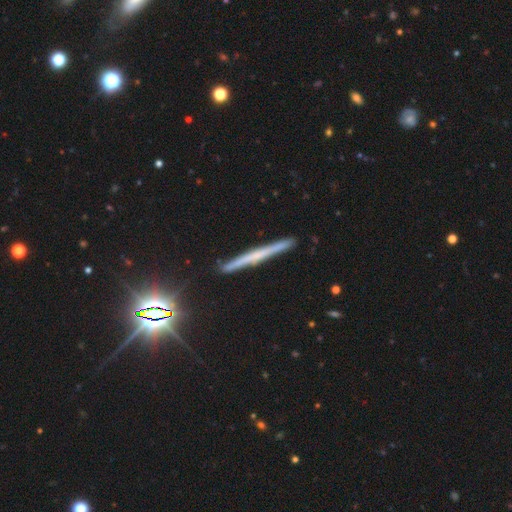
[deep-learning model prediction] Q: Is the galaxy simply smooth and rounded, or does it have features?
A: featured or disk — 55%.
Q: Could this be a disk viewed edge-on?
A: yes — 97%.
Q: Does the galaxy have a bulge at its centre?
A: none — 71%.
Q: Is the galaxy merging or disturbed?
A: none — 89%.